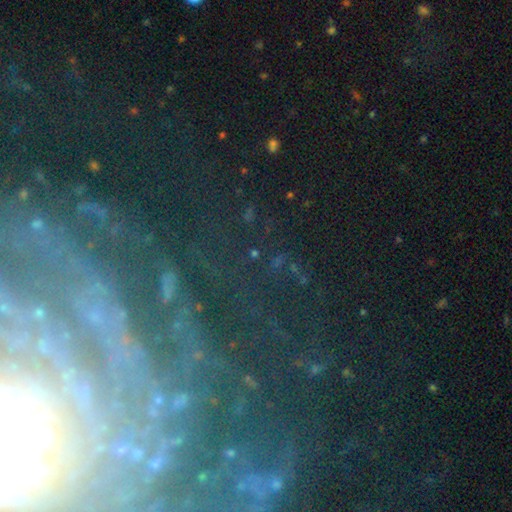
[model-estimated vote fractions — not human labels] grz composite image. It shows a featured or disk galaxy (57%) with no bar (43%), spiral arms (86%) and a small central bulge (65%). Merging: none (71%).